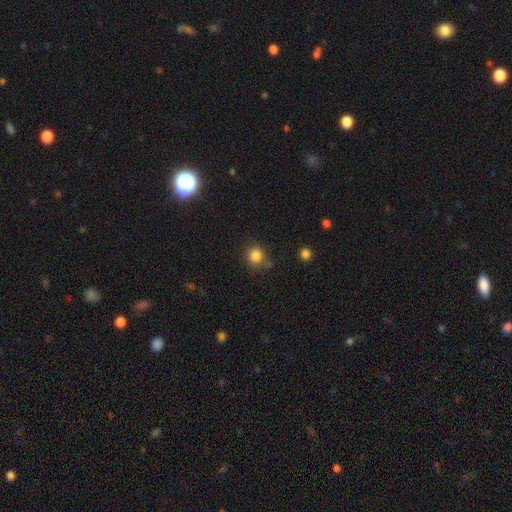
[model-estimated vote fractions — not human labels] This appears to be a smooth galaxy with no disk features (84%) that is round (83%). Merging: none (78%).